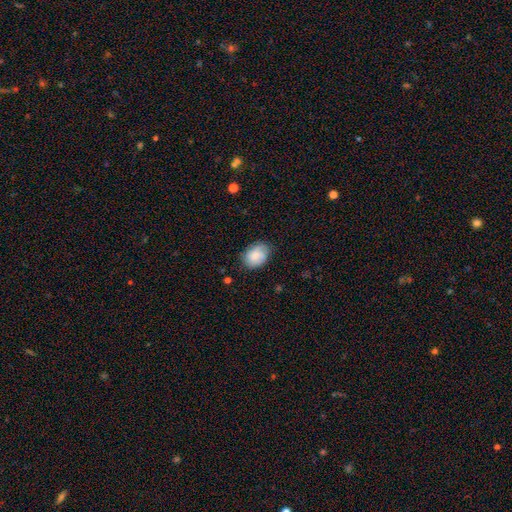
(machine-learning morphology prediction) This appears to be a smooth galaxy with no disk features (72%) that is in between round and cigar-shaped (65%). Merging: none (71%).